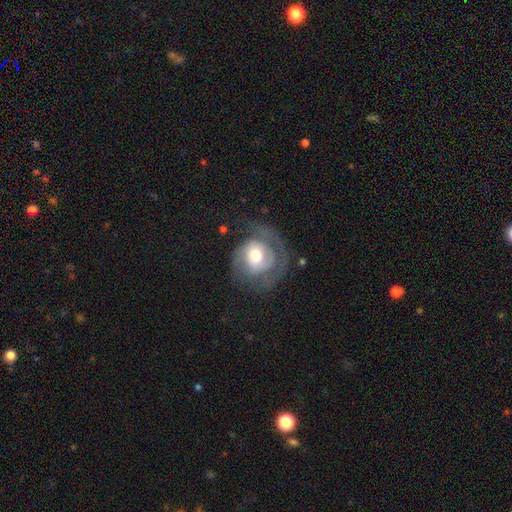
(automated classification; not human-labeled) Smooth or featured? Predicted: featured or disk (p=0.72). Edge-on disk? Predicted: no (p=0.97). Bar? Predicted: no (p=0.64). Spiral arms? Predicted: yes (p=0.88). Spiral winding? Predicted: tight (p=0.50). Spiral arm count? Predicted: 2 (p=0.53). Bulge size? Predicted: moderate (p=0.51). Merging? Predicted: none (p=0.58).